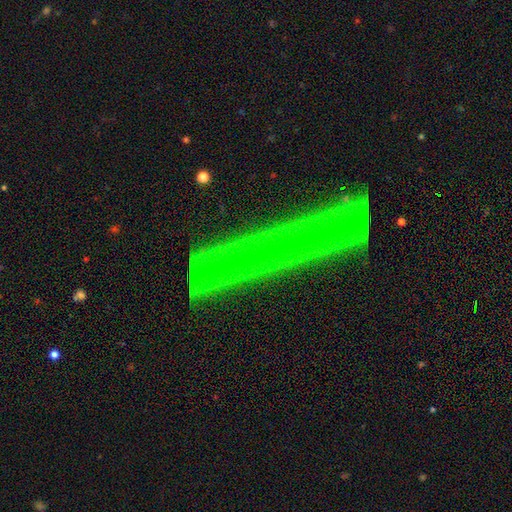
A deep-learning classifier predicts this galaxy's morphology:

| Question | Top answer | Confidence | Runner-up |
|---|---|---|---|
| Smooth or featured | featured or disk | 62% | smooth (20%) |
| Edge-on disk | yes | 94% | no (6%) |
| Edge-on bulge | none | 94% | rounded (4%) |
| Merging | none | 78% | minor disturbance (13%) |